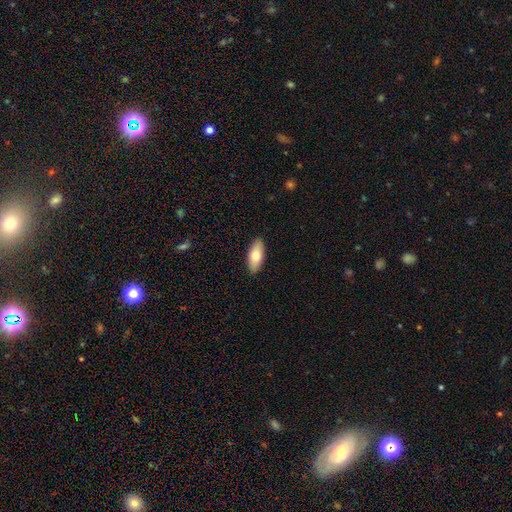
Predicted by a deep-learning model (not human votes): A smooth galaxy with no disk features (73%) that is in between round and cigar-shaped (85%). Merging: none (90%).